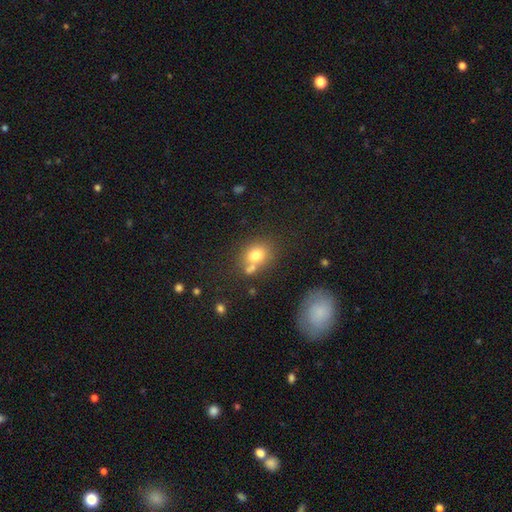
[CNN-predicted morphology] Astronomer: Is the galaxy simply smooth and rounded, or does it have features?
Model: smooth — 76%.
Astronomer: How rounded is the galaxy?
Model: round — 55% (runner-up: in between, 44%).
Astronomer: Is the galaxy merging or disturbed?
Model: none — 55%.